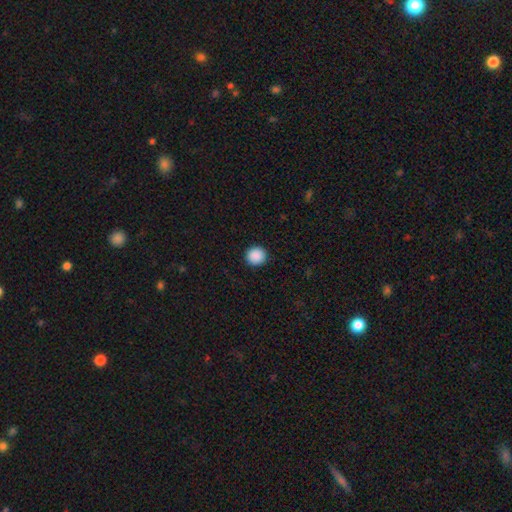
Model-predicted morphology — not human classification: smooth_or_featured: smooth (p=0.90) [alt: star or artifact p=0.09]
how_rounded: round (p=0.93) [alt: in between p=0.06]
merging: none (p=0.93) [alt: minor disturbance p=0.04]